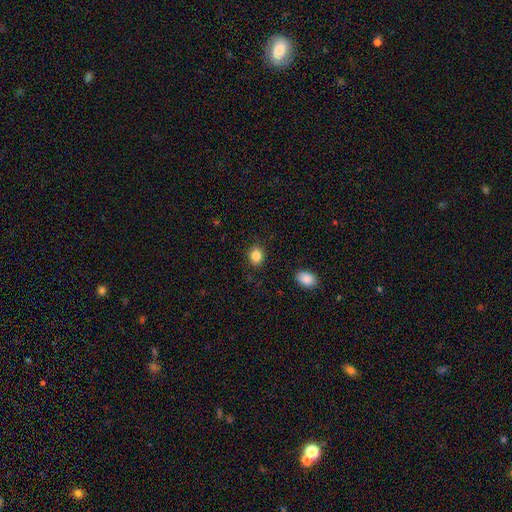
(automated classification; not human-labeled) Morphology: type=smooth (85%); roundness=round (58%); merging=none (87%).